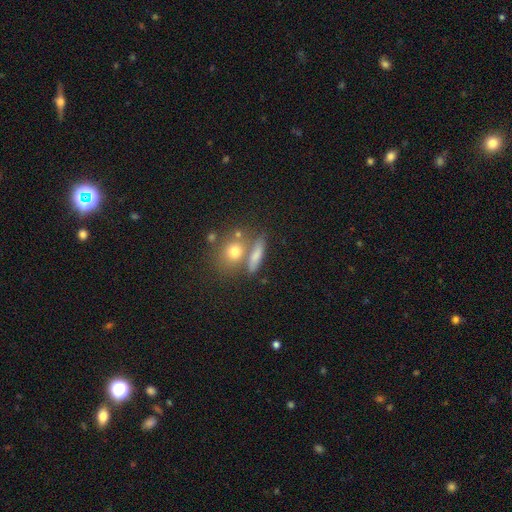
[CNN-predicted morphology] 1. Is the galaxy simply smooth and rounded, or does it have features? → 74% smooth, 16% featured or disk, 10% star or artifact.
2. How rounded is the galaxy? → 41% cigar-shaped, 35% in between, 24% round.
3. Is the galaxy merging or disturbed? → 59% none, 23% merger, 12% minor disturbance, 6% major disturbance.